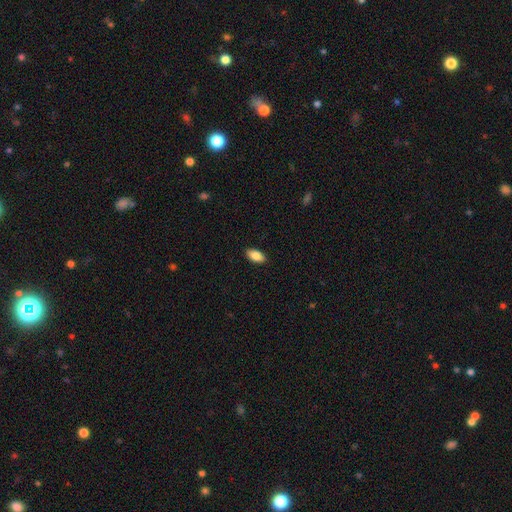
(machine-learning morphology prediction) Smooth or featured?
  - smooth: 87% *
  - star or artifact: 7%
  - featured or disk: 7%
How rounded?
  - in between: 92% *
  - cigar-shaped: 5%
  - round: 3%
Merging?
  - none: 90% *
  - minor disturbance: 7%
  - major disturbance: 2%
  - merger: 1%